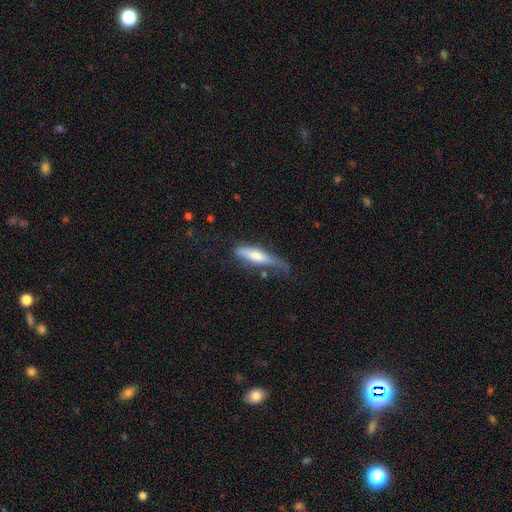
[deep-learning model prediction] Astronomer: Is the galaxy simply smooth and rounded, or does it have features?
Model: smooth — 55% (runner-up: featured or disk, 38%).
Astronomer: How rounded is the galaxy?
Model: cigar-shaped — 77%.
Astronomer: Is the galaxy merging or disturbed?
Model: none — 44% (runner-up: minor disturbance, 32%).